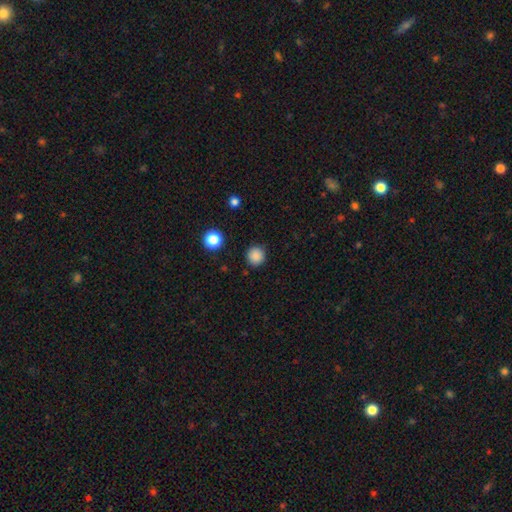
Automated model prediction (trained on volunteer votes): Smooth or featured? Predicted: smooth (p=0.86). How rounded? Predicted: round (p=0.95). Merging? Predicted: none (p=0.91).